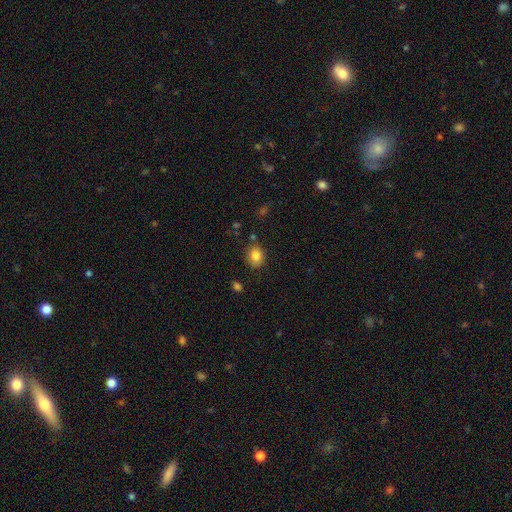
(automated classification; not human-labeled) smooth 85%, star or artifact 10%, featured or disk 6%. Down the decision tree: how rounded — round (53%); merging — none (80%).